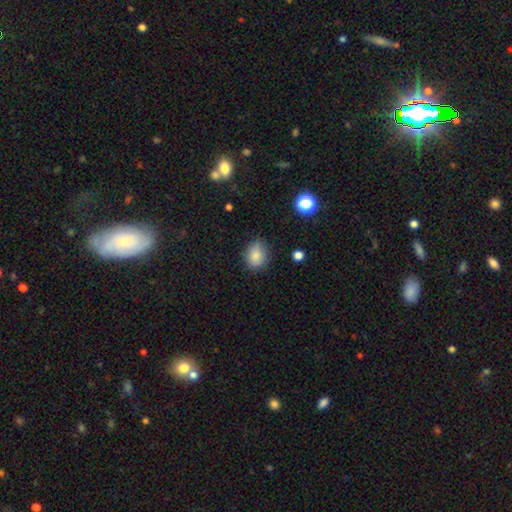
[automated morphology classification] This appears to be a smooth galaxy with no disk features (83%) that is round (53%). Merging: none (73%).